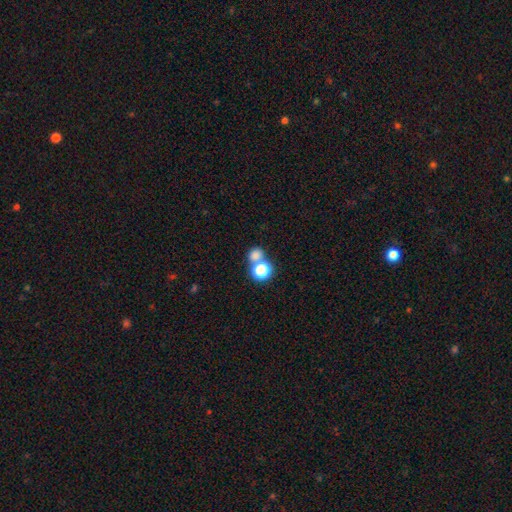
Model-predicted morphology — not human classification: smooth_or_featured: smooth (p=0.75) [alt: star or artifact p=0.17]
how_rounded: round (p=0.76) [alt: in between p=0.23]
merging: none (p=0.47) [alt: merger p=0.43]